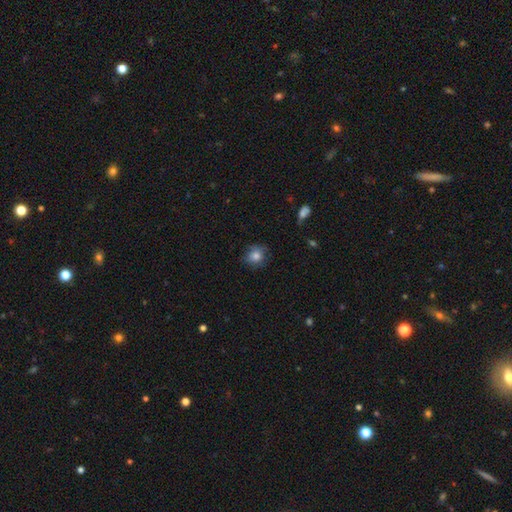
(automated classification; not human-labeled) This is clearly a smooth galaxy (81%). How rounded: likely round (76%). Merging: likely none (74%).